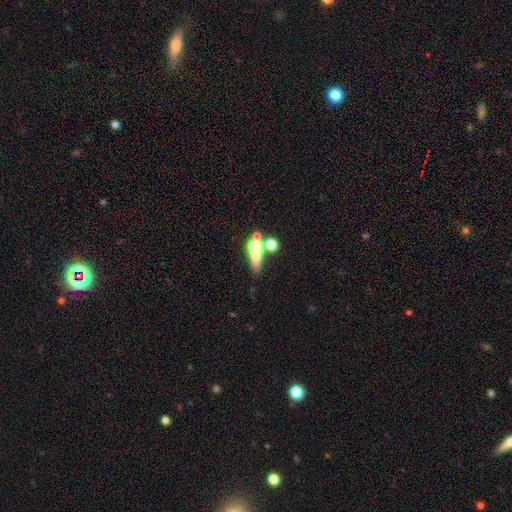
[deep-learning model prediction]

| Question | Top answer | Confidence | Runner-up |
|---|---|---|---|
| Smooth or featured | smooth | 54% | star or artifact (23%) |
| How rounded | round | 46% | in between (42%) |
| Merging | merger | 43% | none (40%) |